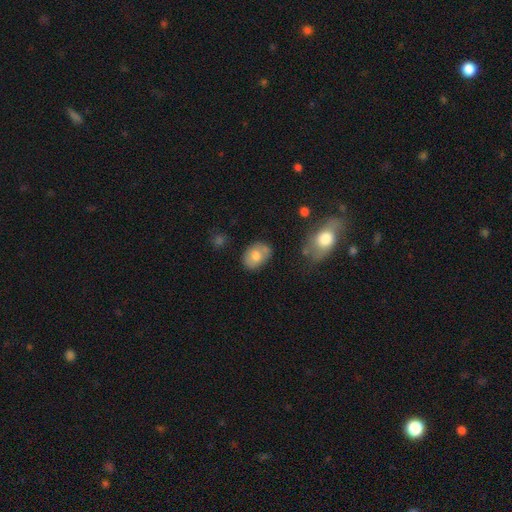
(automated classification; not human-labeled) smooth_or_featured: smooth (p=0.71) [alt: featured or disk p=0.22]
how_rounded: in between (p=0.76) [alt: round p=0.22]
merging: none (p=0.69) [alt: minor disturbance p=0.20]